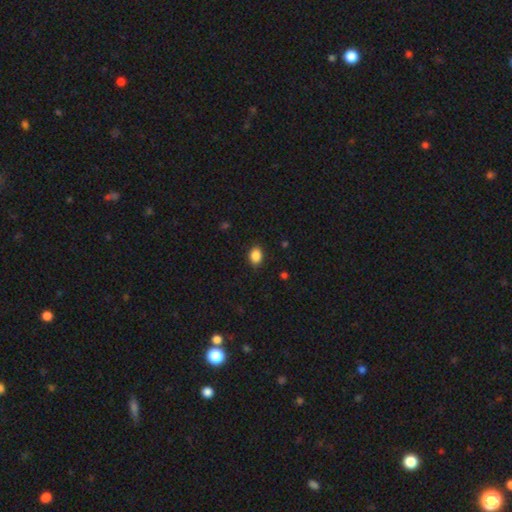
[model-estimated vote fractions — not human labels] The model was most divided on "how rounded": in between: 65%, round: 34%, cigar-shaped: 1%. More confident: smooth or featured — smooth (88%); merging — none (87%).